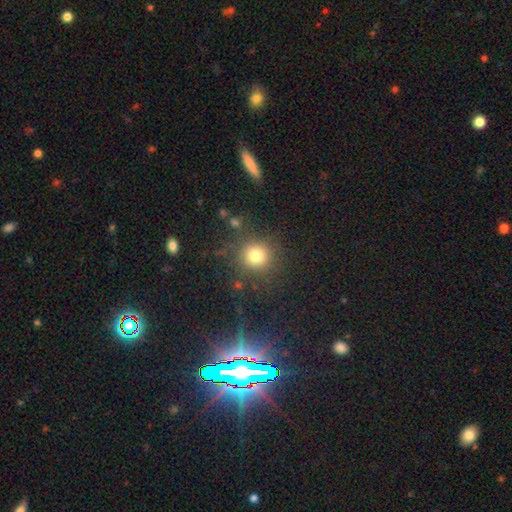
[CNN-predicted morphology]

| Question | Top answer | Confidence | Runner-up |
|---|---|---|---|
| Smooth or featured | smooth | 78% | star or artifact (15%) |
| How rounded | round | 92% | in between (7%) |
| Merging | none | 82% | minor disturbance (9%) |